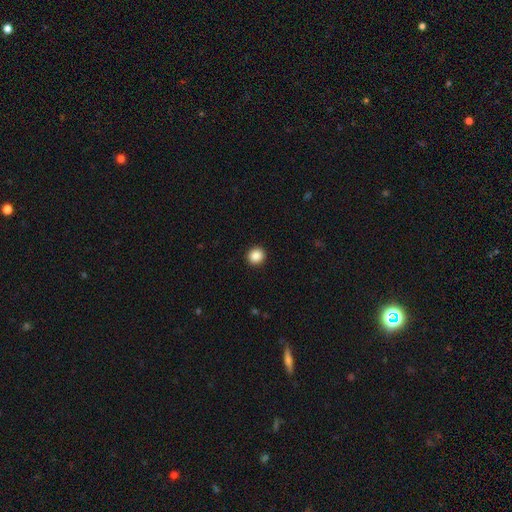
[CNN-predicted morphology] The model was most divided on "smooth or featured": smooth: 87%, star or artifact: 9%, featured or disk: 4%. More confident: merging — none (93%); how rounded — round (90%).